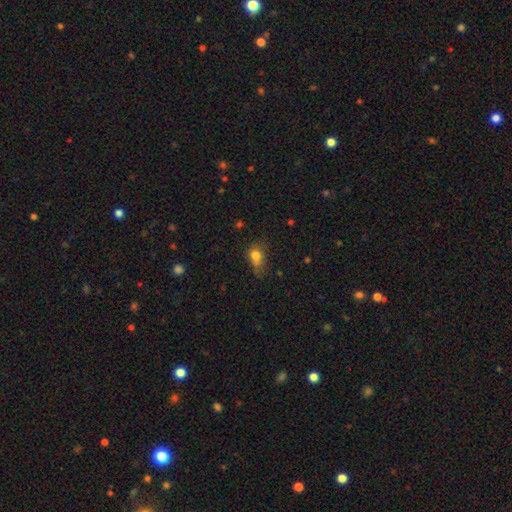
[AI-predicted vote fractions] Smooth or featured: smooth — 77% (star or artifact — 12%)
How rounded: in between — 56% (round — 42%)
Merging: none — 39% (minor disturbance — 34%)